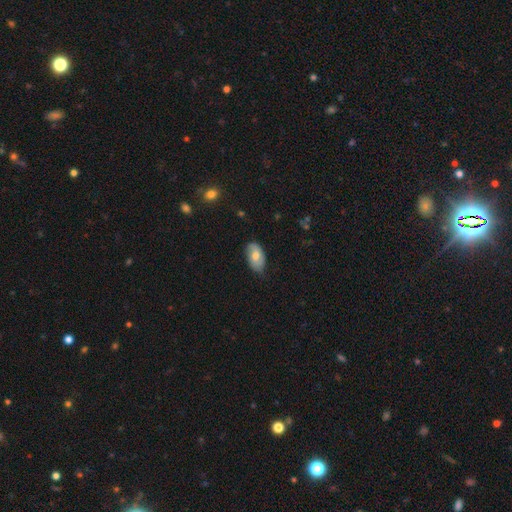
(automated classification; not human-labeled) smooth-or-featured: smooth: 63% | featured or disk: 30% | star or artifact: 7%
  how-rounded: in between: 93% | round: 5% | cigar-shaped: 2%
  merging: none: 69% | minor disturbance: 26% | major disturbance: 4% | merger: 1%